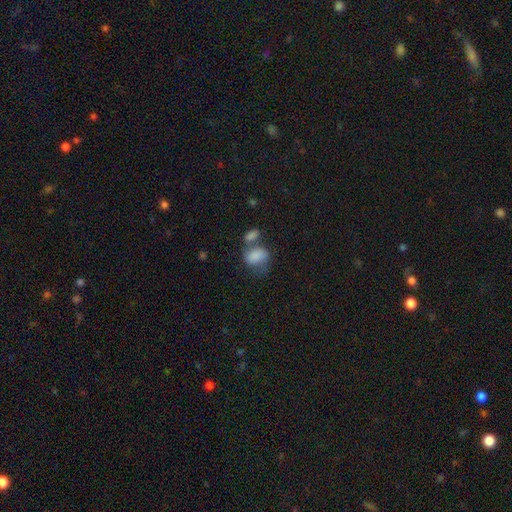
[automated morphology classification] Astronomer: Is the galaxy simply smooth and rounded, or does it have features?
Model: smooth — 79%.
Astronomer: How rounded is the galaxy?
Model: in between — 74%.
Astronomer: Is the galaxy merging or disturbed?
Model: merger — 42% (runner-up: none, 27%).